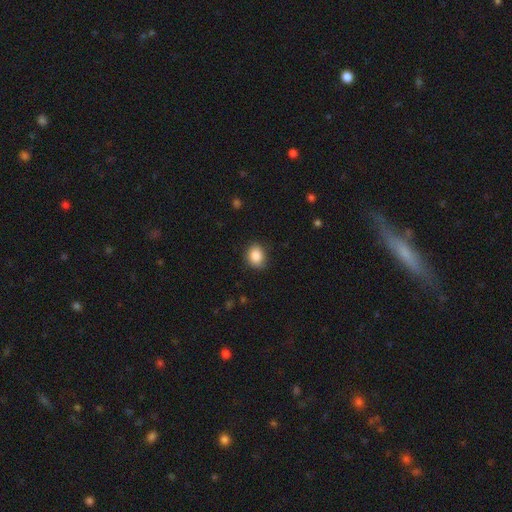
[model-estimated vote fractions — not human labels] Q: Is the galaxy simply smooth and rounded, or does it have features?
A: smooth — 88%.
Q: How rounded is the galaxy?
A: round — 54%.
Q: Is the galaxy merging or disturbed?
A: none — 85%.